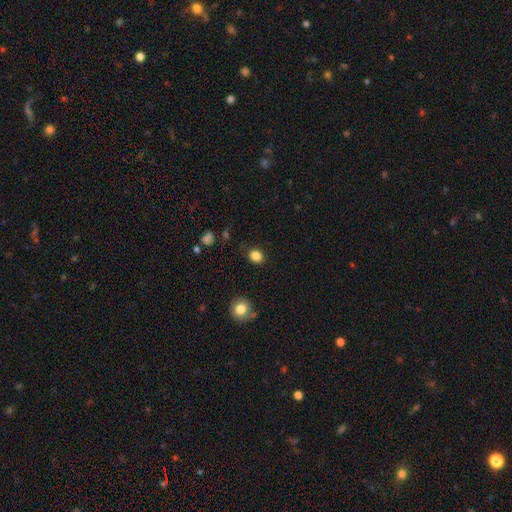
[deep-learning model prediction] Smooth or featured? Predicted: smooth (p=0.85). How rounded? Predicted: round (p=0.61). Merging? Predicted: none (p=0.86).